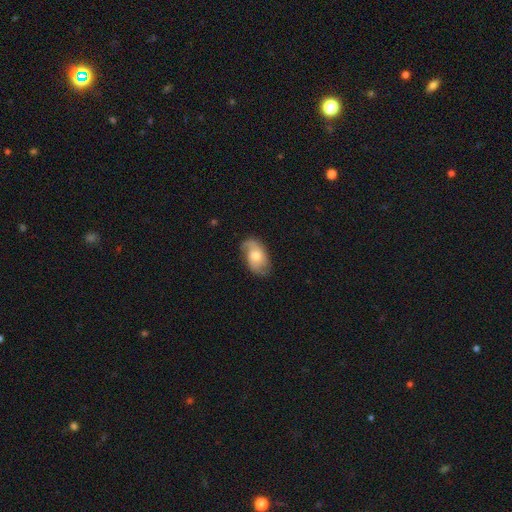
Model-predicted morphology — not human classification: The model was most divided on "spiral winding": medium: 42%, loose: 35%, tight: 23%. More confident: edge-on disk — no (95%); spiral arms — yes (88%); spiral arm count — 2 (71%); merging — none (69%); bar — no (69%); smooth or featured — featured or disk (60%); bulge size — moderate (54%).